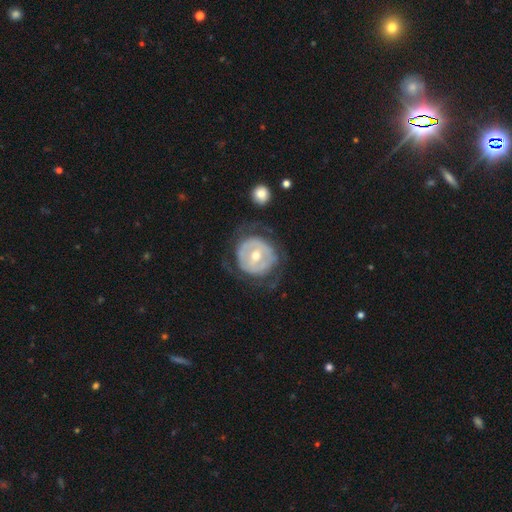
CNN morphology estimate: This is likely a featured or disk galaxy (62%). It is clearly not viewed edge-on (96%). Bar: possibly no (47%). Spiral arm pattern: likely no (65%). Central bulge: likely moderate (64%). Merging: likely none (63%).